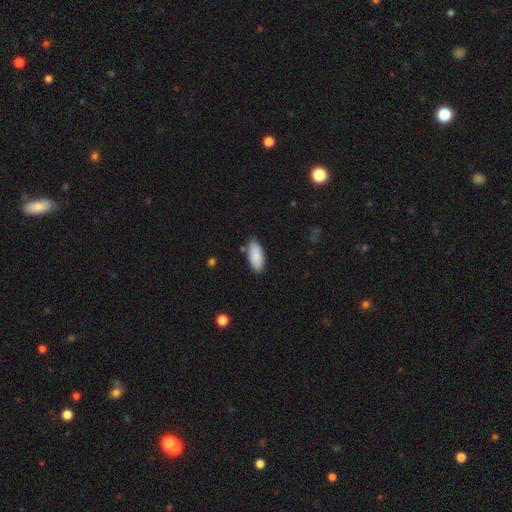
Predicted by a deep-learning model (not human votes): Morphology: type=smooth (88%); roundness=in between (89%); merging=none (82%).